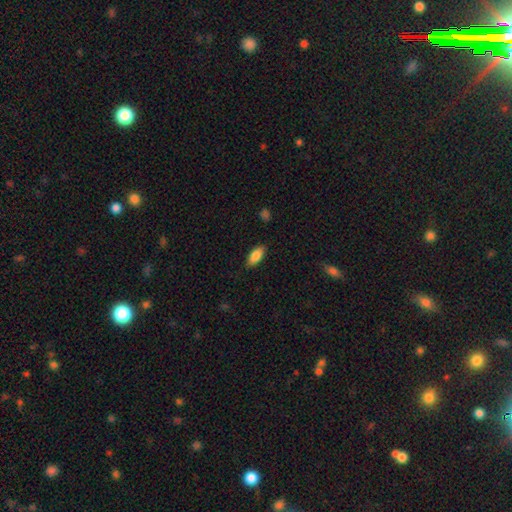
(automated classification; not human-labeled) A smooth galaxy with no disk features (86%) that is in between round and cigar-shaped (85%).

Vote fractions:
- Smooth or featured? smooth: 86% / featured or disk: 7% / star or artifact: 7%
- How rounded? in between: 85% / cigar-shaped: 13% / round: 2%
- Merging? none: 85% / minor disturbance: 11% / major disturbance: 3% / merger: 1%